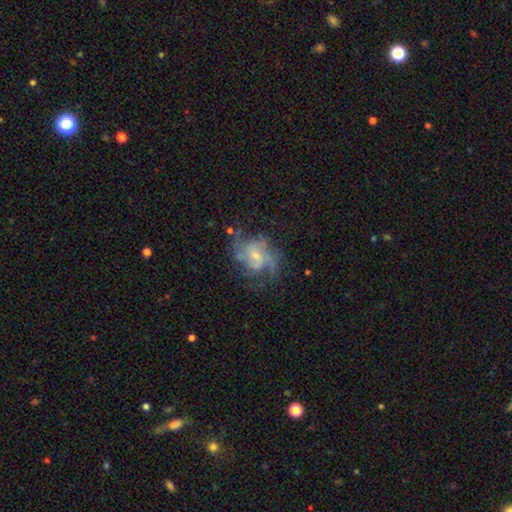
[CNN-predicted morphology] A featured or disk galaxy (83%) with no bar (48%), 2 (35%) medium (49%) spiral arms (94%) and a small central bulge (62%).

Vote fractions:
- Smooth or featured? featured or disk: 83% / smooth: 9% / star or artifact: 8%
- Edge-on disk? no: 97% / yes: 3%
- Bar? no: 48% / weak: 42% / strong: 10%
- Spiral arms? yes: 94% / no: 6%
- Spiral winding? medium: 49% / tight: 30% / loose: 21%
- Spiral arm count? 2: 35% / 3: 25% / can't tell: 21% / 4: 9% / 1: 5% / more than 4: 5%
- Bulge size? small: 62% / moderate: 31% / none: 4% / large: 2% / dominant: 1%
- Merging? none: 66% / minor disturbance: 19% / major disturbance: 13% / merger: 2%